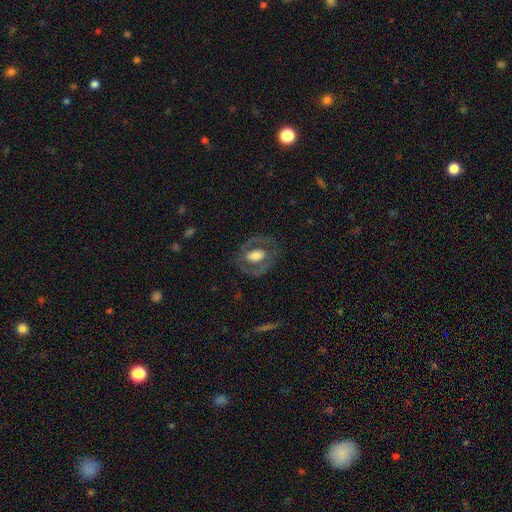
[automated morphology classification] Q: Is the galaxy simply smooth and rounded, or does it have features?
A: featured or disk — 58%.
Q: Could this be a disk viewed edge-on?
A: no — 93%.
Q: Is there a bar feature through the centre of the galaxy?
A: no — 54%.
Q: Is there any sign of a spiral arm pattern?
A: no — 64%.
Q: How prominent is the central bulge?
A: moderate — 42%.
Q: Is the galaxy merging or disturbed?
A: none — 74%.